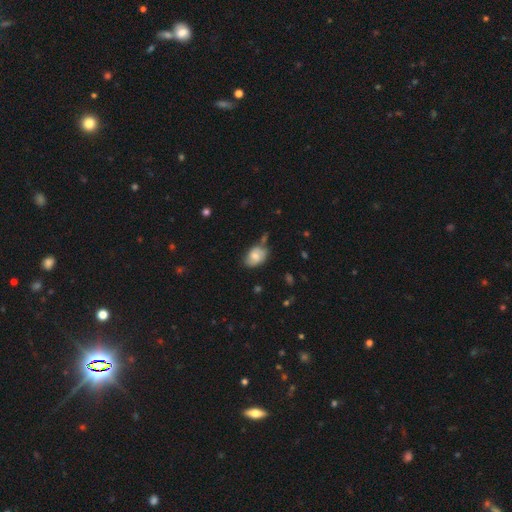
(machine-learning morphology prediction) A smooth galaxy with no disk features (63%) that is in between round and cigar-shaped (81%).

Vote fractions:
- Smooth or featured? smooth: 63% / featured or disk: 29% / star or artifact: 8%
- How rounded? in between: 81% / round: 18% / cigar-shaped: 1%
- Merging? none: 58% / minor disturbance: 29% / major disturbance: 7% / merger: 6%